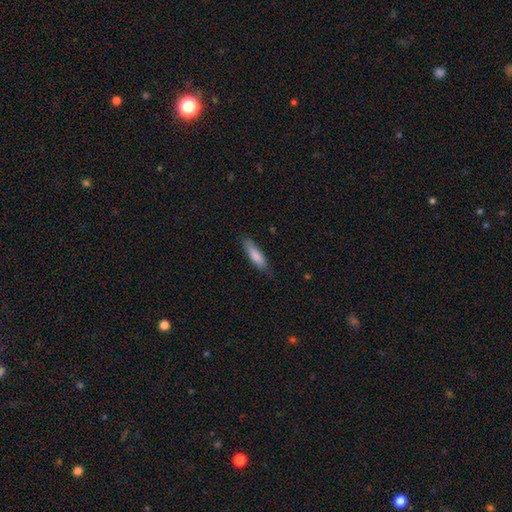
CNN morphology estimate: Smooth or featured?
  - smooth: 83% *
  - featured or disk: 11%
  - star or artifact: 6%
How rounded?
  - cigar-shaped: 59% *
  - in between: 39%
  - round: 1%
Merging?
  - none: 76% *
  - minor disturbance: 19%
  - major disturbance: 3%
  - merger: 1%